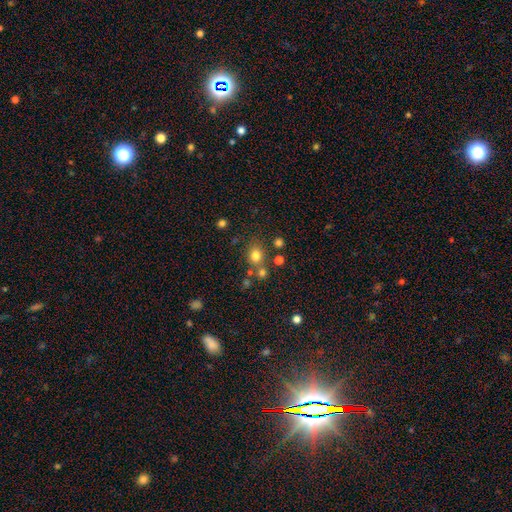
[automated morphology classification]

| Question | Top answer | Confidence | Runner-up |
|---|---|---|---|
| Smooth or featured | smooth | 77% | star or artifact (15%) |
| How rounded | round | 69% | in between (30%) |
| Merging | none | 68% | merger (16%) |